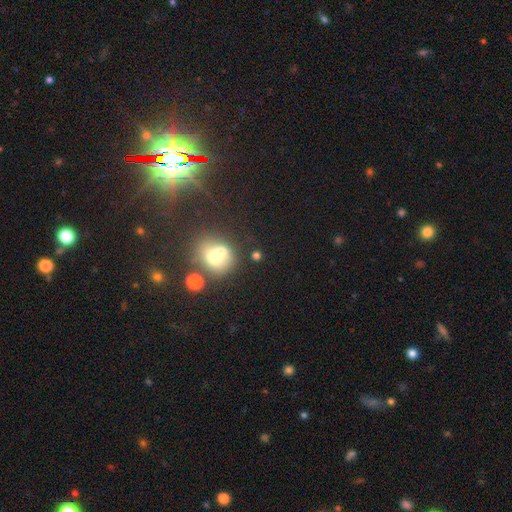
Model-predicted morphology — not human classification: Smooth or featured?
  - smooth: 51% *
  - star or artifact: 27%
  - featured or disk: 22%
How rounded?
  - round: 68% *
  - in between: 31%
  - cigar-shaped: 2%
Merging?
  - merger: 50% *
  - none: 36%
  - minor disturbance: 9%
  - major disturbance: 6%